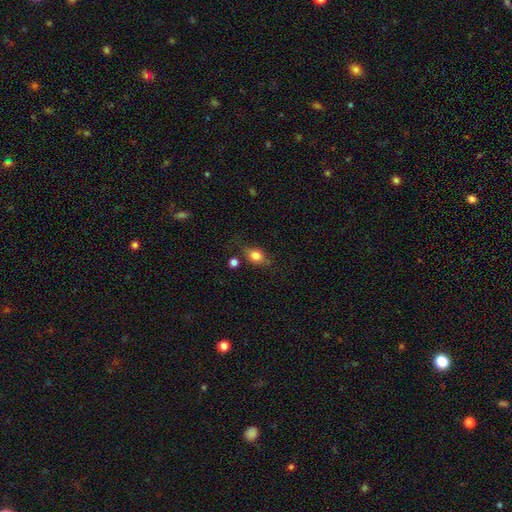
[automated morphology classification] smooth_or_featured: smooth (p=0.81) [alt: star or artifact p=0.10]
how_rounded: in between (p=0.59) [alt: round p=0.38]
merging: none (p=0.68) [alt: minor disturbance p=0.20]